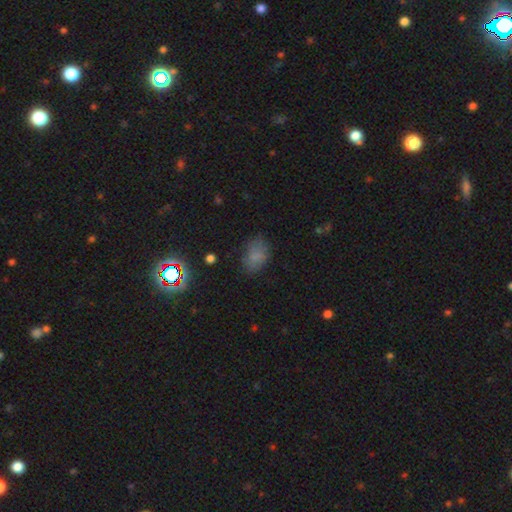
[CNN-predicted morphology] smooth-or-featured: smooth: 72% | star or artifact: 17% | featured or disk: 11%
  how-rounded: in between: 77% | round: 21% | cigar-shaped: 1%
  merging: none: 69% | minor disturbance: 22% | major disturbance: 8% | merger: 2%